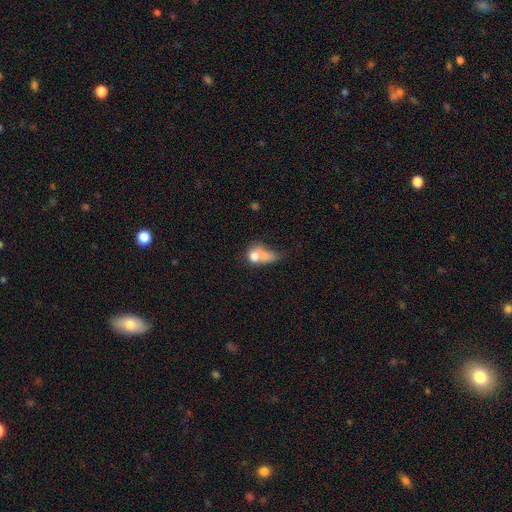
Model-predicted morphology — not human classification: type=smooth (66%); roundness=in between (62%); merging=merger (43%).